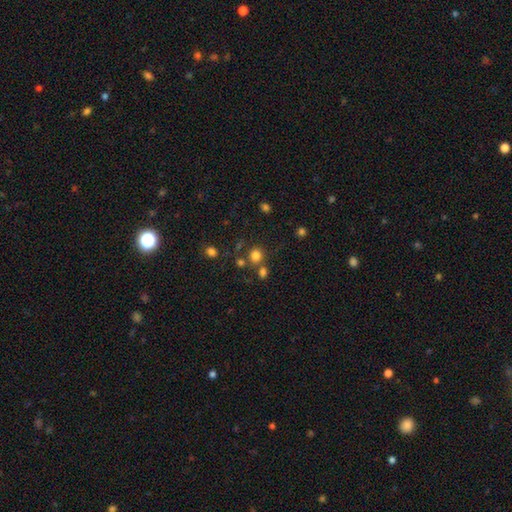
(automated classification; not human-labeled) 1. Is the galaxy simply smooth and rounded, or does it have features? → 77% smooth, 17% star or artifact, 6% featured or disk.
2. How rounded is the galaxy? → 87% round, 12% in between, 1% cigar-shaped.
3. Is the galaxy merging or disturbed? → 69% none, 18% merger, 9% minor disturbance, 4% major disturbance.